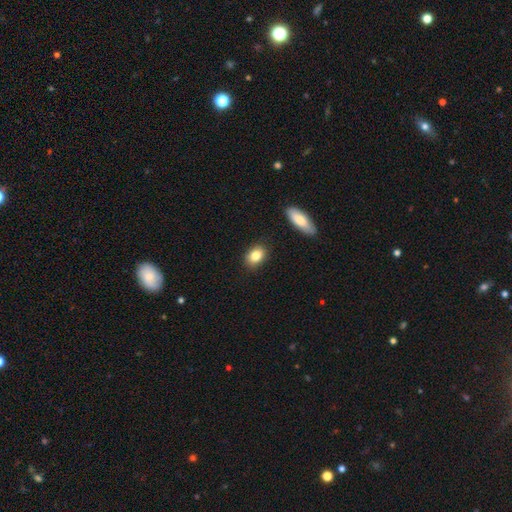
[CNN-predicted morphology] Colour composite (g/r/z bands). It shows a smooth galaxy with no disk features (83%) that is in between round and cigar-shaped (73%). Merging: none (86%).